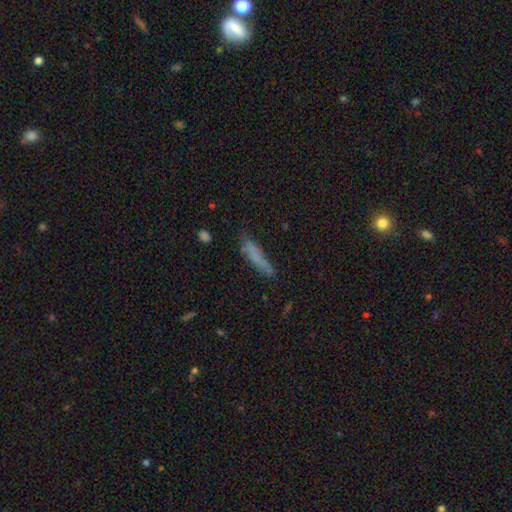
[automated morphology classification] Smooth or featured? Predicted: smooth (p=0.71). How rounded? Predicted: cigar-shaped (p=0.86). Merging? Predicted: none (p=0.64).